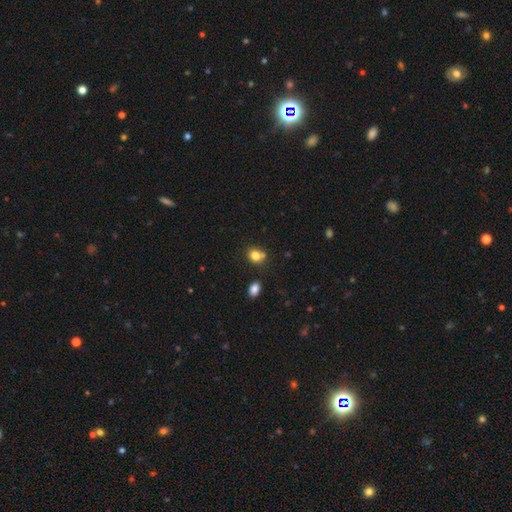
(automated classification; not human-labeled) Smooth or featured? Predicted: smooth (p=0.80). How rounded? Predicted: round (p=0.55). Merging? Predicted: none (p=0.57).